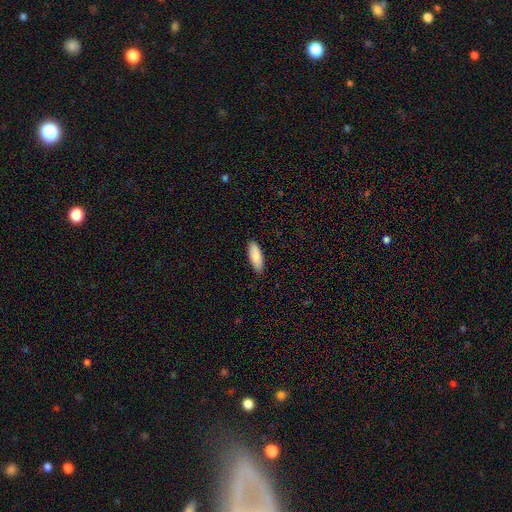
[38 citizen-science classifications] Overall: smooth (89%). How rounded: in between (56%; cigar-shaped 44%). Merging: none (87%).